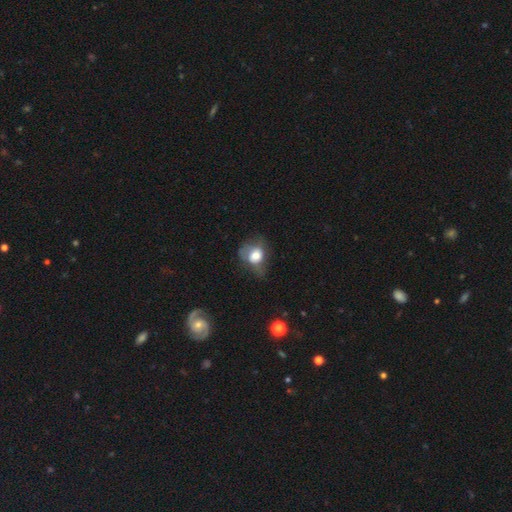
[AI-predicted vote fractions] Overall: smooth (65%; featured or disk 26%). How rounded: round (56%; in between 43%). Merging: major disturbance (35%; none 32%).